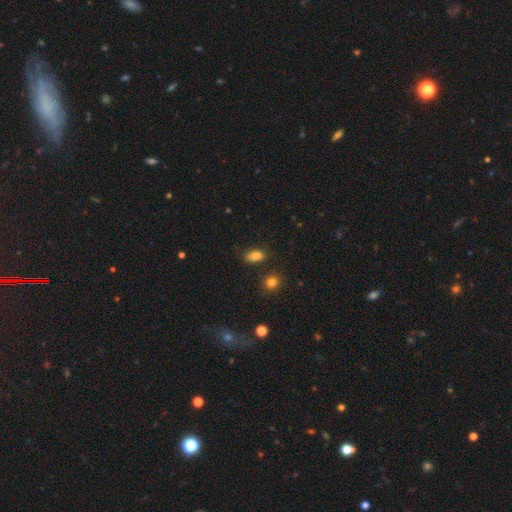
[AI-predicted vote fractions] A smooth galaxy with no disk features (84%) that is in between round and cigar-shaped (86%).

Vote fractions:
- Smooth or featured? smooth: 84% / star or artifact: 11% / featured or disk: 5%
- How rounded? in between: 86% / round: 9% / cigar-shaped: 5%
- Merging? none: 78% / minor disturbance: 15% / major disturbance: 4% / merger: 4%